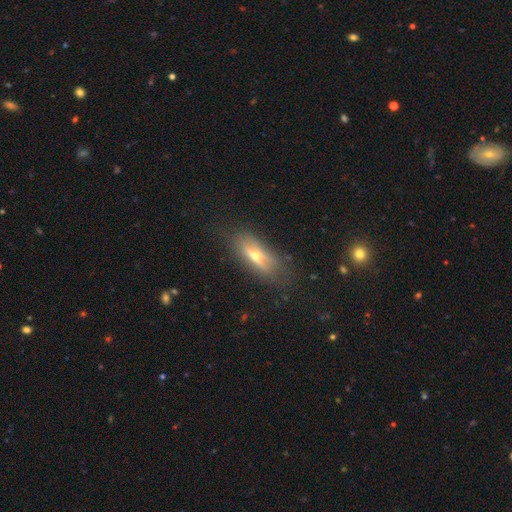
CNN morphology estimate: Q: Smooth or featured?
A: featured or disk (53%); runner-up: smooth (38%)
Q: Edge-on disk?
A: yes (69%); runner-up: no (31%)
Q: Merging?
A: none (76%); runner-up: minor disturbance (16%)